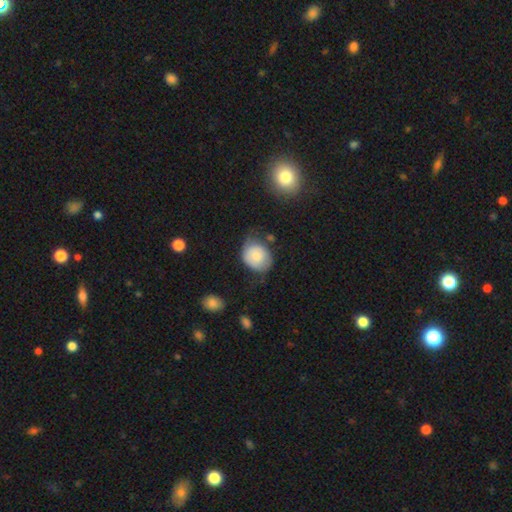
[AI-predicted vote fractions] This appears to be a smooth galaxy with no disk features (68%) that is round (61%). Merging: none (44%).